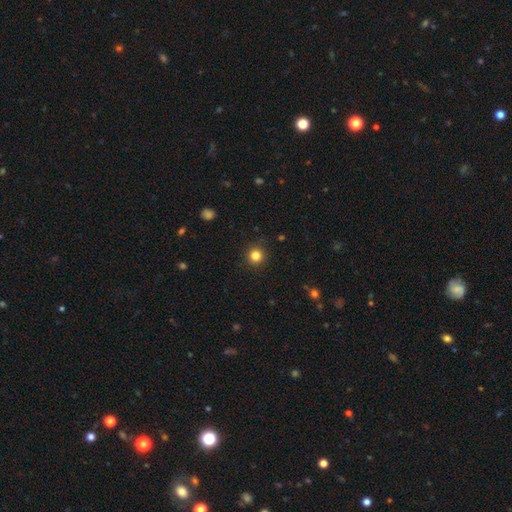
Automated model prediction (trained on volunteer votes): Morphology: type=smooth (83%); roundness=round (94%); merging=none (90%).